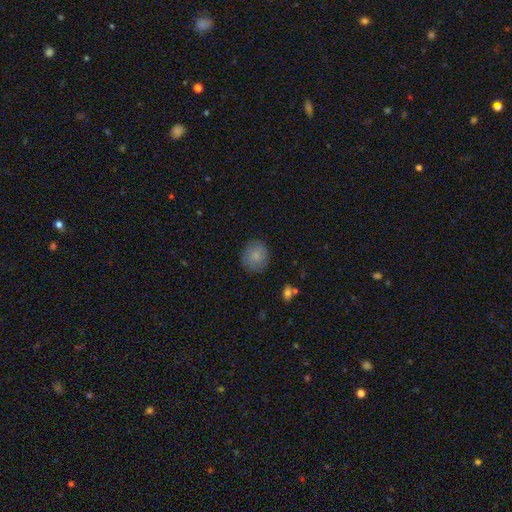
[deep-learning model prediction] smooth_or_featured: smooth (p=0.85) [alt: star or artifact p=0.08]
how_rounded: round (p=0.82) [alt: in between p=0.17]
merging: none (p=0.85) [alt: minor disturbance p=0.11]